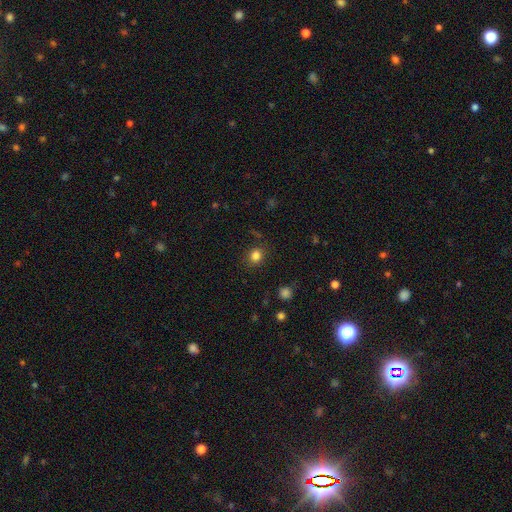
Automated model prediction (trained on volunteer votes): Smooth or featured? Predicted: smooth (p=0.82). How rounded? Predicted: round (p=0.74). Merging? Predicted: none (p=0.85).